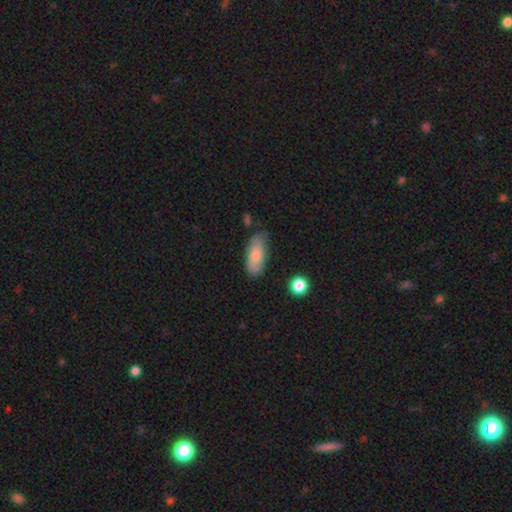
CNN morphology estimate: A smooth galaxy with no disk features (76%) that is in between round and cigar-shaped (85%). Merging: none (73%).